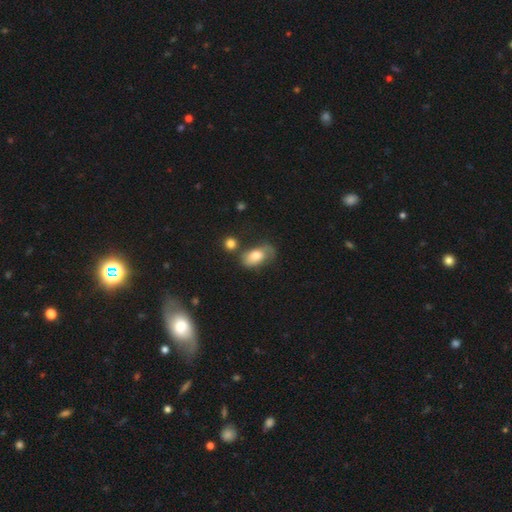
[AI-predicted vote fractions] Smooth or featured? smooth (71%)
How rounded? in between (89%)
Merging? none (43%)